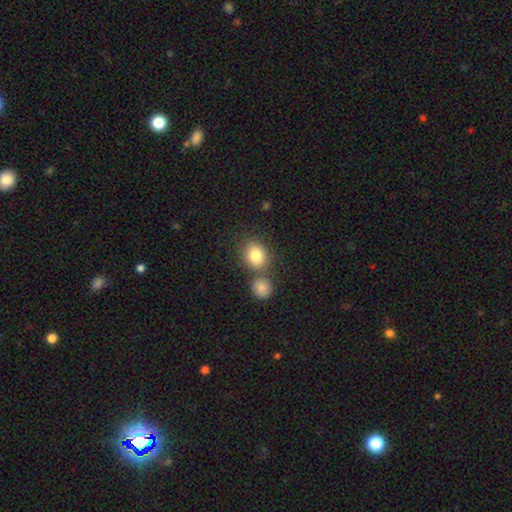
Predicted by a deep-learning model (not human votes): A smooth galaxy with no disk features (83%) that is round (64%).

Vote fractions:
- Smooth or featured? smooth: 83% / star or artifact: 9% / featured or disk: 8%
- How rounded? round: 64% / in between: 34% / cigar-shaped: 1%
- Merging? none: 61% / merger: 26% / minor disturbance: 10% / major disturbance: 4%